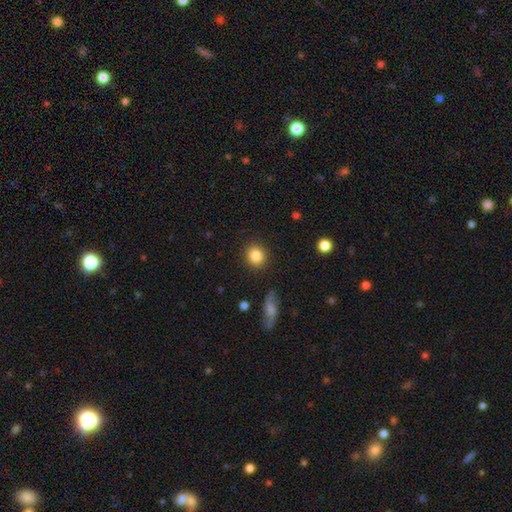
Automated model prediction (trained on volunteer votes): Smooth or featured? smooth (85%)
How rounded? round (84%)
Merging? none (89%)